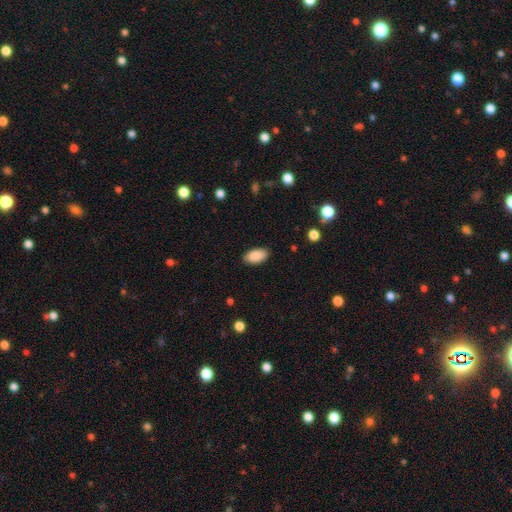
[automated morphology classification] Q: Smooth or featured?
A: smooth (89%); runner-up: star or artifact (7%)
Q: How rounded?
A: in between (94%); runner-up: round (3%)
Q: Merging?
A: none (86%); runner-up: minor disturbance (10%)